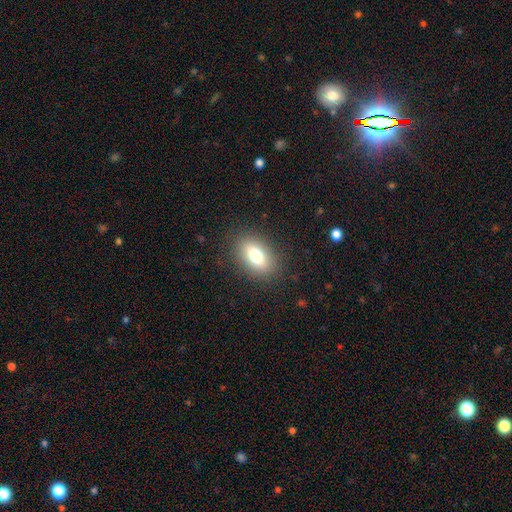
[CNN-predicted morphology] Smooth or featured? smooth (76%)
How rounded? in between (86%)
Merging? none (86%)